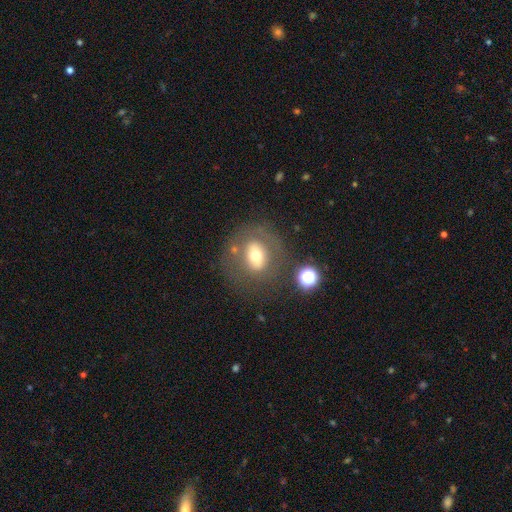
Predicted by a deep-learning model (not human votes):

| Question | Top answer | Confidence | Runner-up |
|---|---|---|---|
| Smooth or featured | smooth | 51% | featured or disk (37%) |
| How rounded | round | 63% | in between (35%) |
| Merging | none | 66% | minor disturbance (15%) |